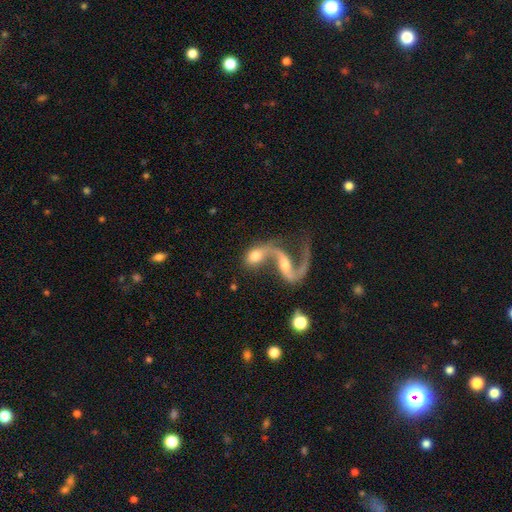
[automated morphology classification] This is possibly a featured or disk galaxy (56%). It is clearly not viewed edge-on (93%). Bar: possibly no (48%). Spiral arm pattern: likely yes (75%). Central bulge: possibly moderate (46%). Merging: possibly merger (55%).